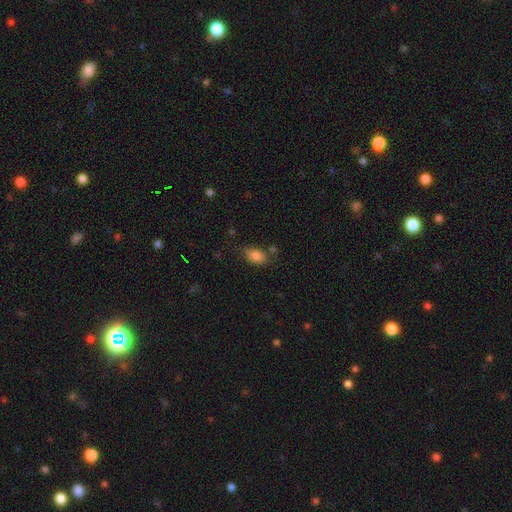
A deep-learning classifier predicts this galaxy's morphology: smooth-or-featured: smooth: 85% | star or artifact: 9% | featured or disk: 6%
  how-rounded: in between: 88% | round: 9% | cigar-shaped: 3%
  merging: none: 70% | minor disturbance: 19% | merger: 5% | major disturbance: 5%